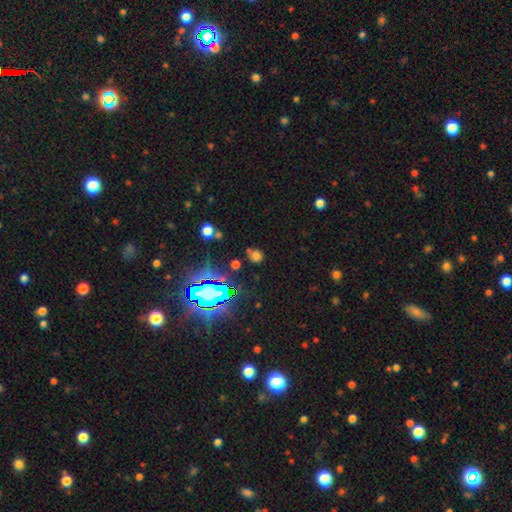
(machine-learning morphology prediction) smooth-or-featured: smooth: 55% | star or artifact: 36% | featured or disk: 9%
  how-rounded: round: 76% | in between: 22% | cigar-shaped: 2%
  merging: none: 72% | minor disturbance: 14% | merger: 8% | major disturbance: 6%